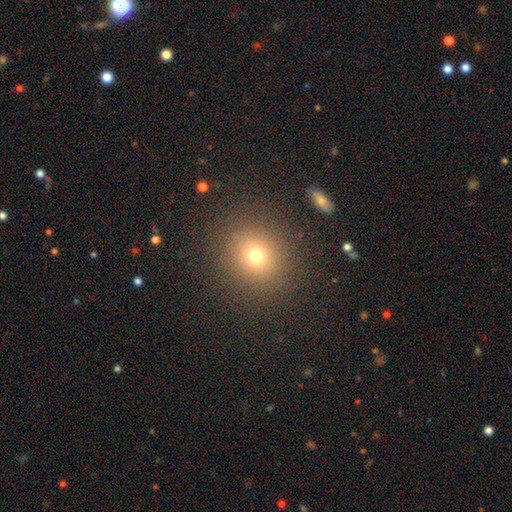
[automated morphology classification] Overall: smooth (71%). How rounded: round (85%). Merging: none (87%).